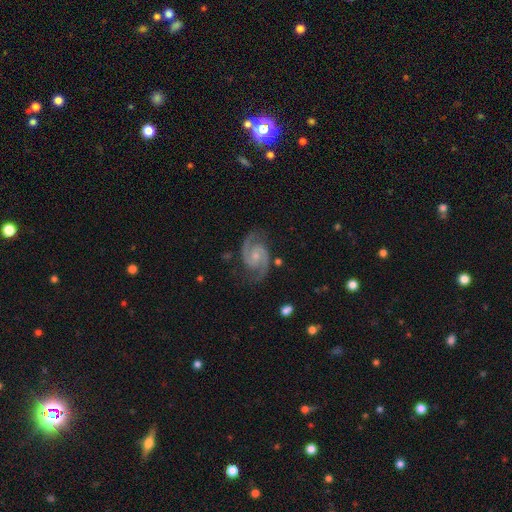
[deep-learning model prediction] smooth-or-featured: featured or disk: 93% | star or artifact: 4% | smooth: 3%
  disk-edge-on: no: 98% | yes: 2%
    bar: no: 60% | weak: 32% | strong: 7%
    has-spiral-arms: yes: 99% | no: 1%
      spiral-winding: medium: 62% | tight: 26% | loose: 12%
      spiral-arm-count: 2: 94% | can't tell: 1% | 3: 1% | 1: 1% | 4: 1% | more than 4: 1%
    bulge-size: small: 57% | moderate: 35% | none: 6% | large: 2% | dominant: 1%
  merging: none: 81% | minor disturbance: 14% | major disturbance: 4% | merger: 2%